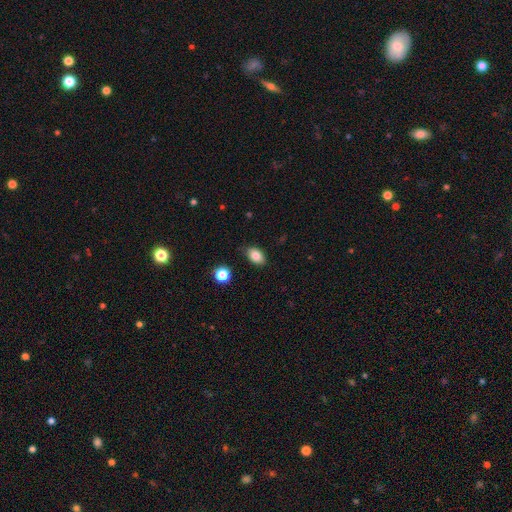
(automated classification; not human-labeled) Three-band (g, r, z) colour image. It shows a smooth galaxy with no disk features (83%) that is in between round and cigar-shaped (85%). Merging: none (83%).